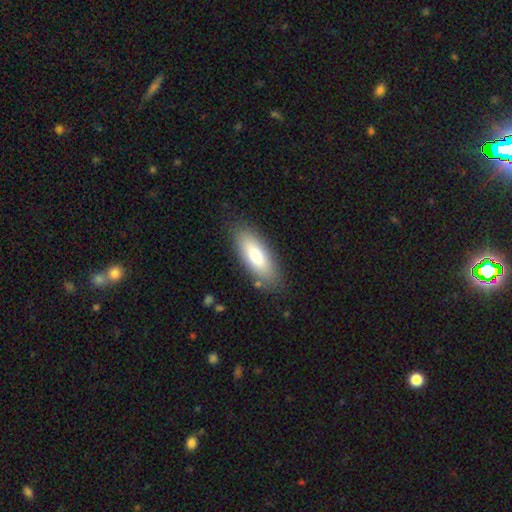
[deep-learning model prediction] Smooth or featured: smooth — 79% (featured or disk — 14%)
How rounded: in between — 74% (cigar-shaped — 24%)
Merging: none — 82% (minor disturbance — 12%)